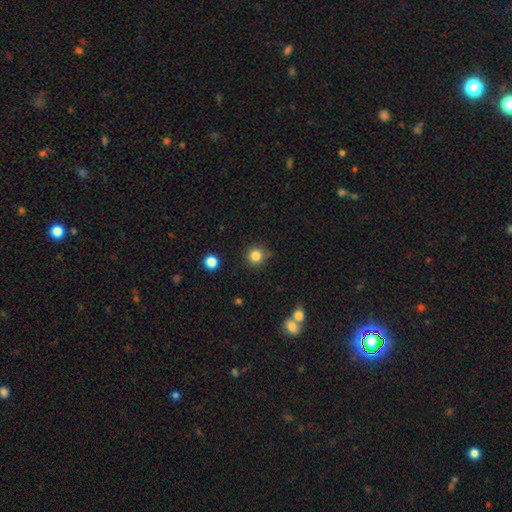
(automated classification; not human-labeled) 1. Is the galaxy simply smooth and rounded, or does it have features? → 83% smooth, 12% star or artifact, 5% featured or disk.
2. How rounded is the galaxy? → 93% round, 7% in between, 1% cigar-shaped.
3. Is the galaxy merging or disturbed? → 83% none, 12% minor disturbance, 3% major disturbance, 3% merger.